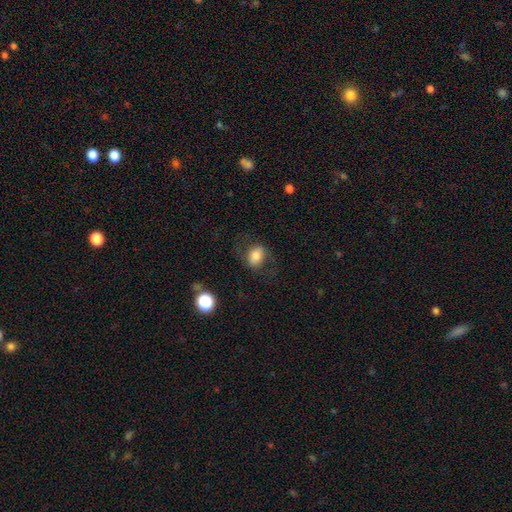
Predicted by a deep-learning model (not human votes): Smooth or featured? Predicted: smooth (p=0.70). How rounded? Predicted: in between (p=0.64). Merging? Predicted: none (p=0.69).